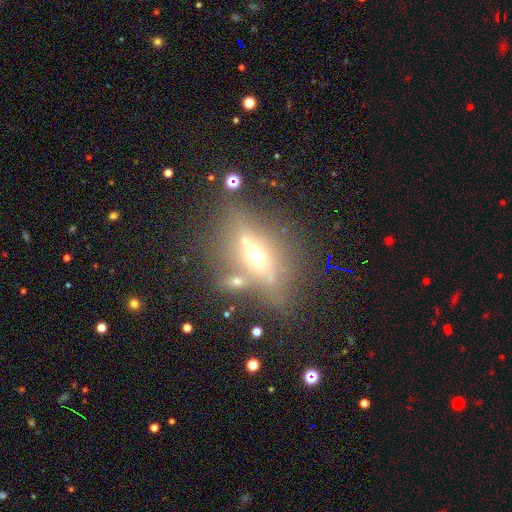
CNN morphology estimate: Q: Smooth or featured?
A: featured or disk (44%); runner-up: smooth (38%)
Q: Merging?
A: none (52%); runner-up: merger (20%)